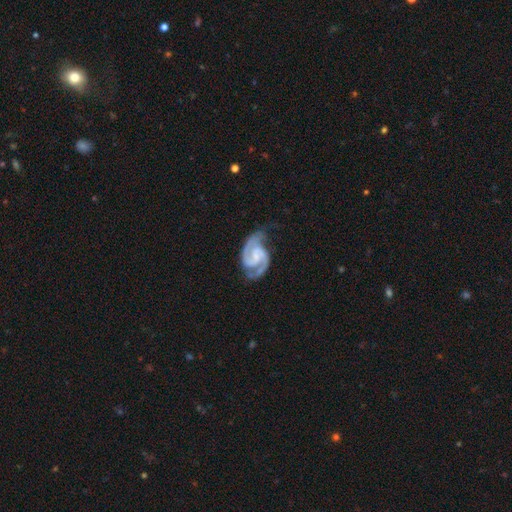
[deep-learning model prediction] smooth_or_featured: featured or disk (p=0.93) [alt: star or artifact p=0.04]
disk_edge_on: no (p=0.98) [alt: yes p=0.02]
bar: weak (p=0.45) [alt: no p=0.37]
has_spiral_arms: yes (p=0.98) [alt: no p=0.02]
spiral_winding: medium (p=0.56) [alt: tight p=0.33]
spiral_arm_count: 2 (p=0.93) [alt: 3 p=0.02]
bulge_size: small (p=0.42) [alt: none p=0.35]
merging: none (p=0.65) [alt: minor disturbance p=0.23]